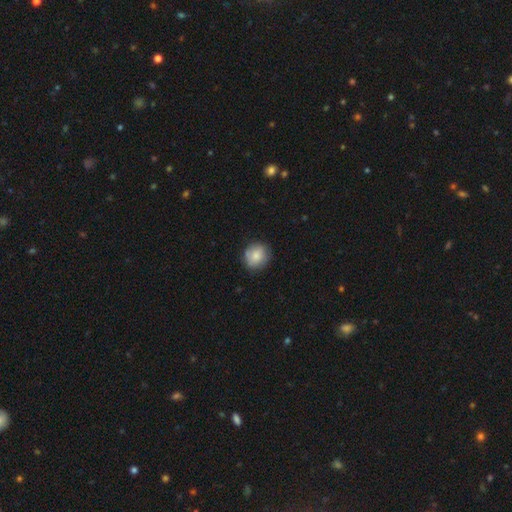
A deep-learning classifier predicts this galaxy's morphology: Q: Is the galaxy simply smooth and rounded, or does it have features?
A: smooth — 79%.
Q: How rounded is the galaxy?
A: round — 79%.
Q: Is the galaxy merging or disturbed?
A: none — 79%.